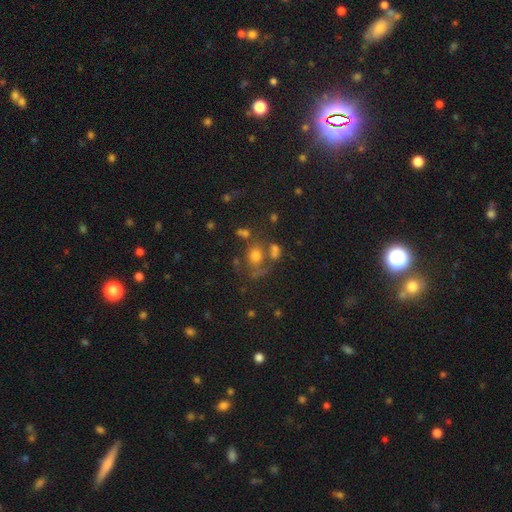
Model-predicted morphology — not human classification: Overall: smooth (57%; star or artifact 22%). How rounded: round (62%; in between 37%). Merging: none (47%; merger 23%).